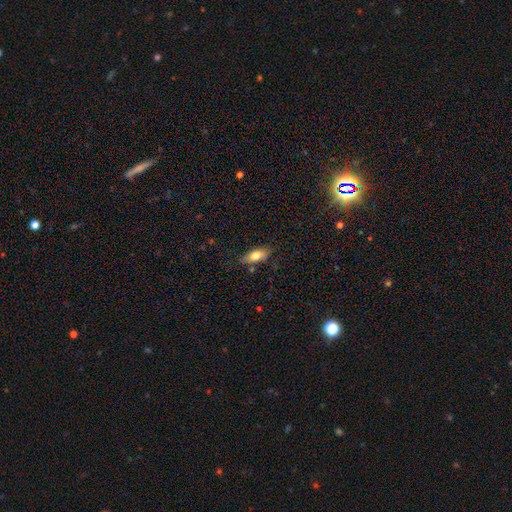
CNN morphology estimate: Smooth or featured: smooth — 75% (featured or disk — 18%)
How rounded: in between — 83% (cigar-shaped — 14%)
Merging: none — 74% (minor disturbance — 19%)